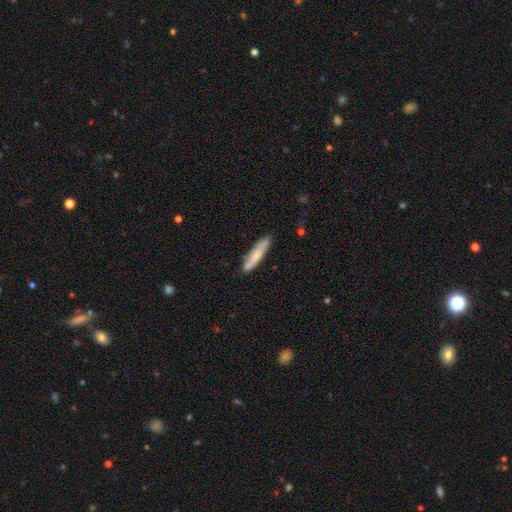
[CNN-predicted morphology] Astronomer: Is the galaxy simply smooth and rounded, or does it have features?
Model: smooth — 71%.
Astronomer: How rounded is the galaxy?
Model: cigar-shaped — 86%.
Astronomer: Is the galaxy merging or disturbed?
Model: none — 82%.